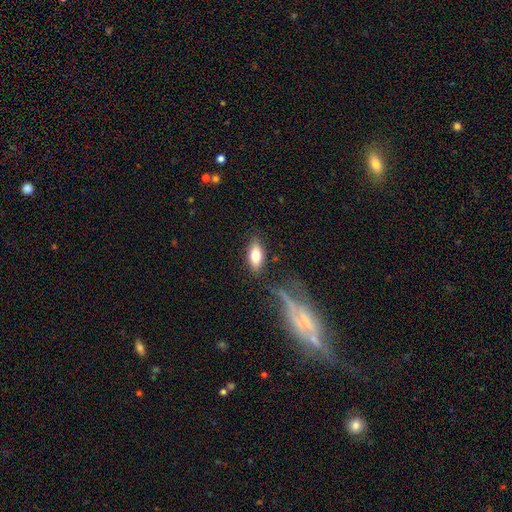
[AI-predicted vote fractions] Overall: smooth (73%). How rounded: in between (84%). Merging: none (80%).